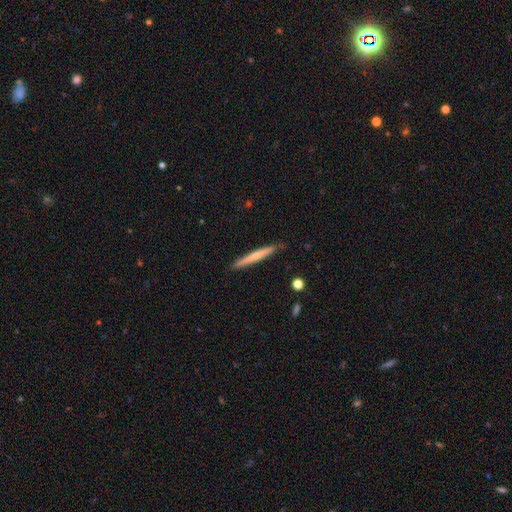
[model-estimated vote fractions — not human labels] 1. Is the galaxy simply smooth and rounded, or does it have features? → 58% smooth, 37% featured or disk, 6% star or artifact.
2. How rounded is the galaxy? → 97% cigar-shaped, 2% in between, 1% round.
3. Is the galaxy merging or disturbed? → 88% none, 9% minor disturbance, 1% major disturbance, 1% merger.